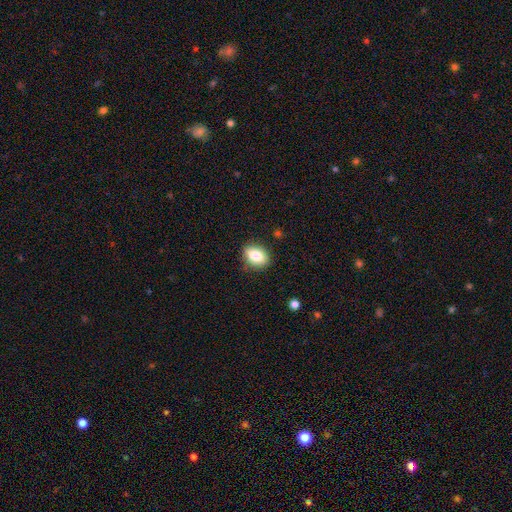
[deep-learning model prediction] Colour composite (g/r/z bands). It shows a smooth galaxy with no disk features (83%) that is in between round and cigar-shaped (78%). Merging: none (83%).